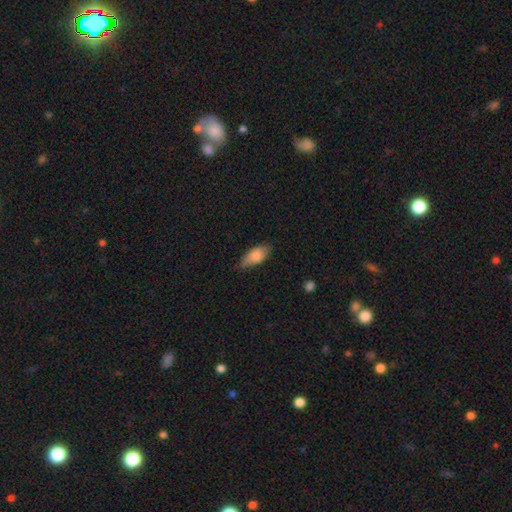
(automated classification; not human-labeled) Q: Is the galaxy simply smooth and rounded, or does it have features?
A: smooth — 79%.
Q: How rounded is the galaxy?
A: in between — 85%.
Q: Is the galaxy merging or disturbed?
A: none — 68%.